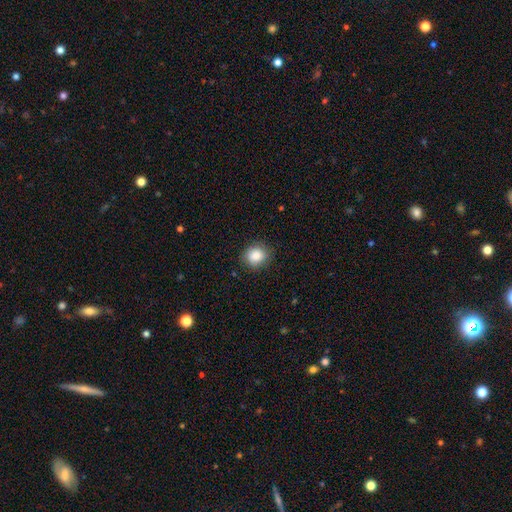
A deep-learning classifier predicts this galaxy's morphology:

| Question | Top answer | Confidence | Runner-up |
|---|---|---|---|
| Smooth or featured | smooth | 86% | star or artifact (9%) |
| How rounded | round | 76% | in between (23%) |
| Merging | none | 85% | minor disturbance (11%) |